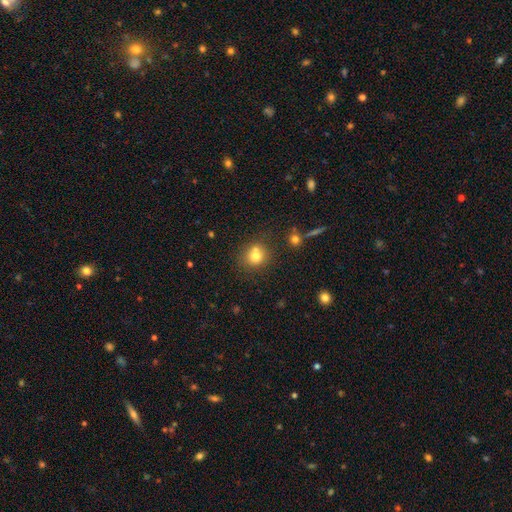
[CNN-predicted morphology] Overall: smooth (75%). How rounded: round (81%). Merging: none (56%; merger 28%).